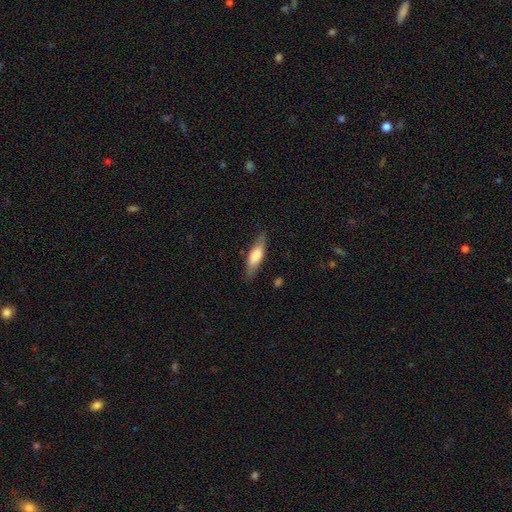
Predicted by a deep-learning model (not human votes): Smooth or featured? smooth (64%)
How rounded? cigar-shaped (57%)
Merging? none (82%)